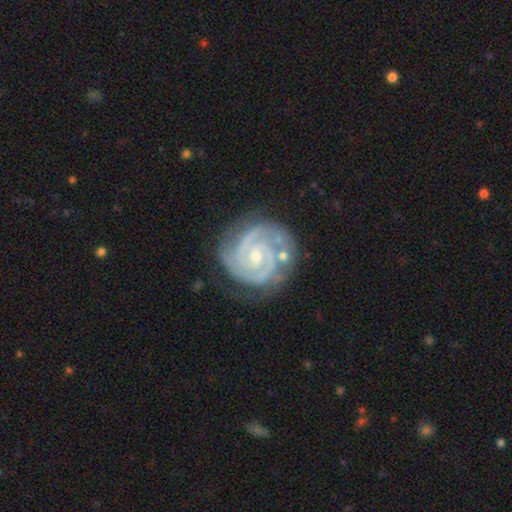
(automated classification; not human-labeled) smooth_or_featured: featured or disk (p=0.93) [alt: star or artifact p=0.04]
disk_edge_on: no (p=0.98) [alt: yes p=0.02]
bar: no (p=0.58) [alt: weak p=0.31]
has_spiral_arms: yes (p=0.99) [alt: no p=0.01]
spiral_winding: tight (p=0.80) [alt: medium p=0.18]
spiral_arm_count: 2 (p=0.69) [alt: 3 p=0.20]
bulge_size: small (p=0.62) [alt: moderate p=0.34]
merging: none (p=0.74) [alt: minor disturbance p=0.17]